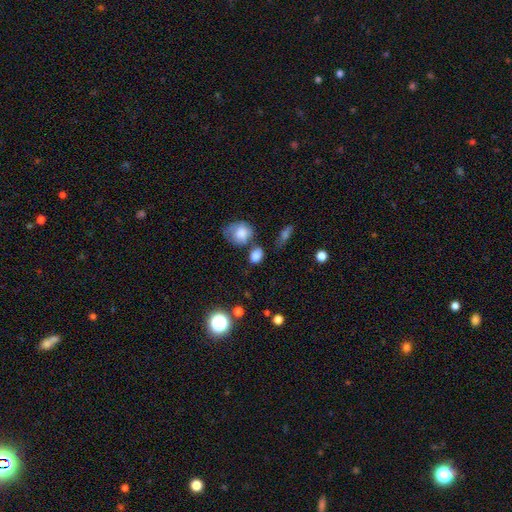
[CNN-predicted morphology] smooth-or-featured: smooth: 81% | star or artifact: 11% | featured or disk: 8%
  how-rounded: in between: 59% | round: 39% | cigar-shaped: 2%
  merging: none: 63% | minor disturbance: 18% | merger: 13% | major disturbance: 6%